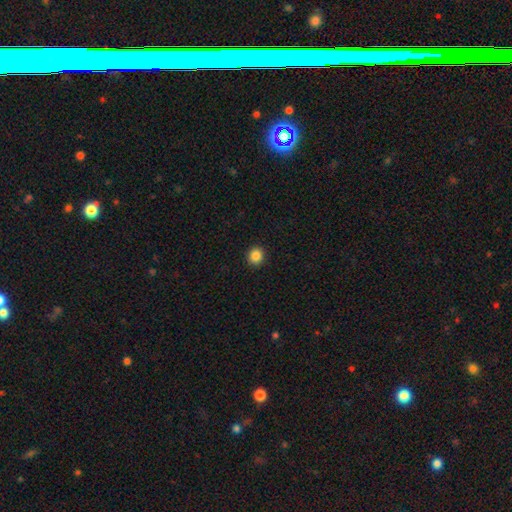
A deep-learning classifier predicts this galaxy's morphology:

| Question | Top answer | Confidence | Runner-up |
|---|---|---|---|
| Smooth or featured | smooth | 87% | star or artifact (10%) |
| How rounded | round | 87% | in between (12%) |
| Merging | none | 92% | minor disturbance (5%) |